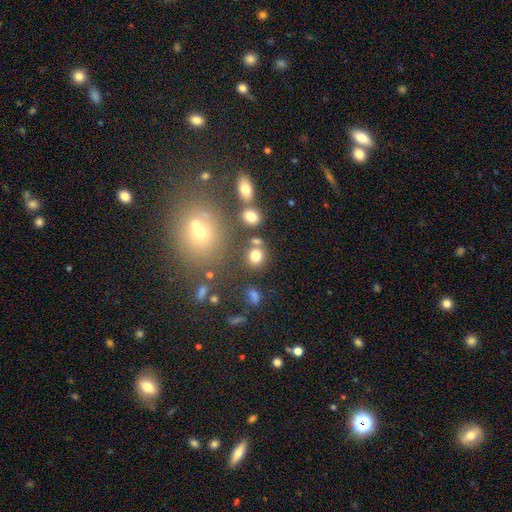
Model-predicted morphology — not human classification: The model was most divided on "how rounded": round: 76%, in between: 23%, cigar-shaped: 1%. More confident: smooth or featured — smooth (77%); merging — none (69%).